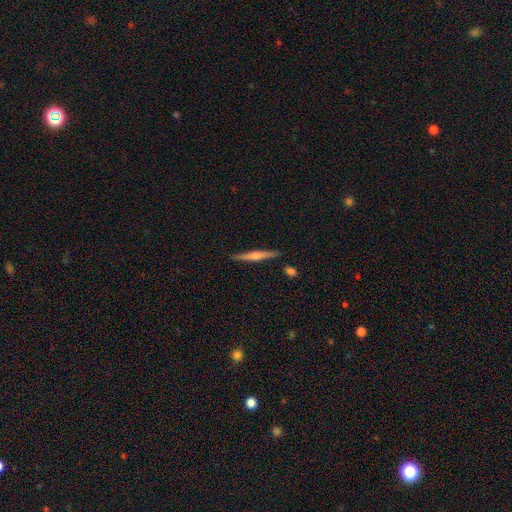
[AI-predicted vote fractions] This appears to be a featured or disk galaxy (61%) viewed edge-on (98%) with a rounded central bulge (81%). Merging: none (88%).